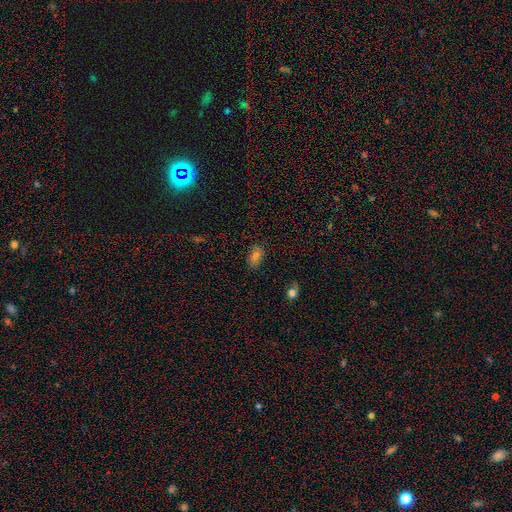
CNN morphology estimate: The model was most divided on "smooth or featured": smooth: 71%, star or artifact: 17%, featured or disk: 12%. More confident: how rounded — in between (84%); merging — none (82%).